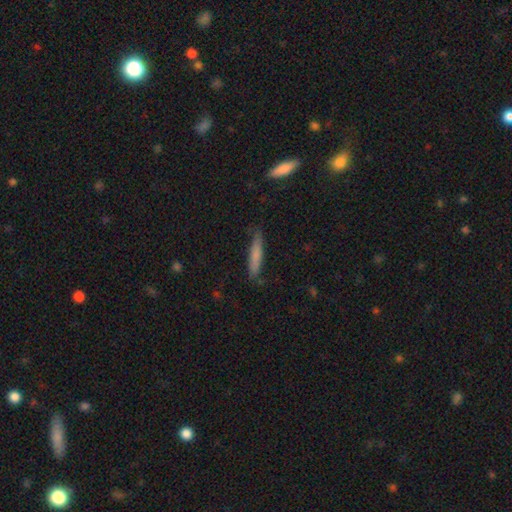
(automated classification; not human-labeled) This is likely a smooth galaxy (74%). How rounded: clearly cigar-shaped (91%). Merging: likely none (79%).